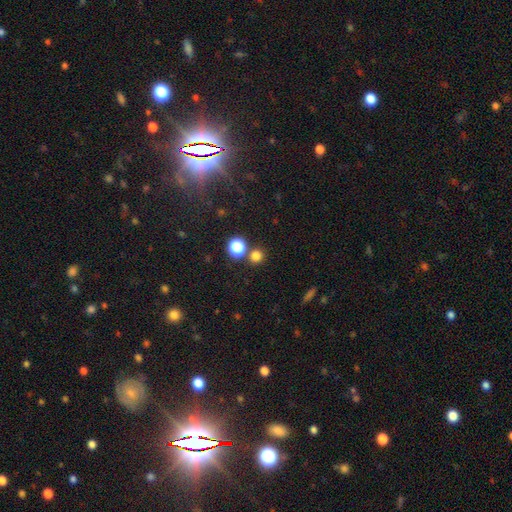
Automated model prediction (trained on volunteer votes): Smooth or featured?
  - smooth: 76% *
  - star or artifact: 19%
  - featured or disk: 5%
How rounded?
  - round: 91% *
  - in between: 8%
  - cigar-shaped: 1%
Merging?
  - none: 77% *
  - merger: 14%
  - minor disturbance: 6%
  - major disturbance: 3%